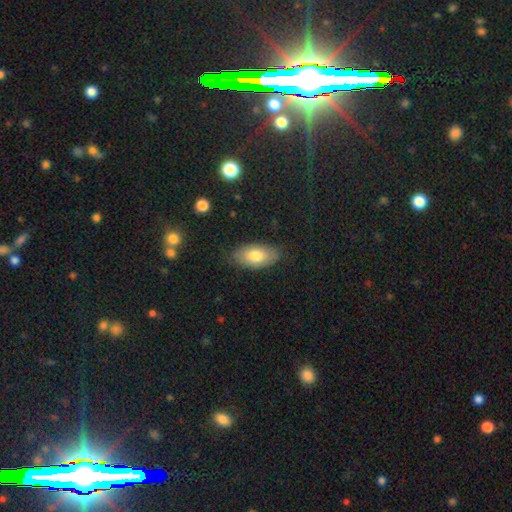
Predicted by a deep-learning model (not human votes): Overall: smooth (77%). How rounded: in between (93%). Merging: none (80%).